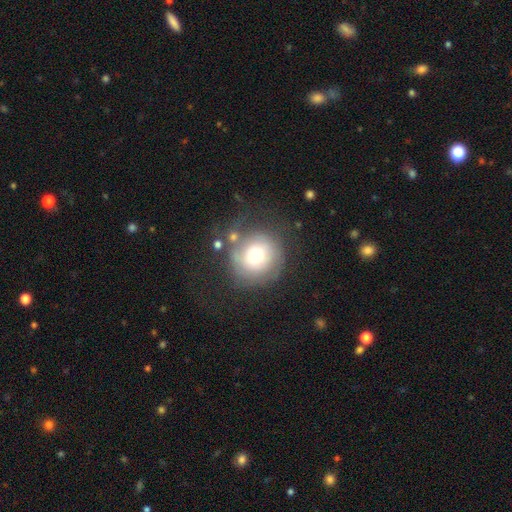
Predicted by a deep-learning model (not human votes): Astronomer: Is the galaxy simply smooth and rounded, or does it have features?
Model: smooth — 60%.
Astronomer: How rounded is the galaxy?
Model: round — 91%.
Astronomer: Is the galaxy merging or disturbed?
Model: none — 59%.